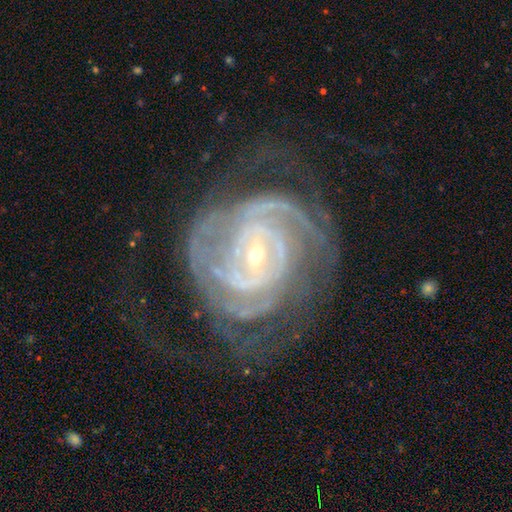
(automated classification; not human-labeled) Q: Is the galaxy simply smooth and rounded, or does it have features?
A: featured or disk — 90%.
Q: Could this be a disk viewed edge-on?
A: no — 97%.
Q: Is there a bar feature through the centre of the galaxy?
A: no — 41%.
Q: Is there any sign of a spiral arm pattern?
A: yes — 97%.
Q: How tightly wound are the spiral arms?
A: tight — 72%.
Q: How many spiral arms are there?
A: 2 — 31%.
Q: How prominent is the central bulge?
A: small — 74%.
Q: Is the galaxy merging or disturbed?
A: none — 61%.